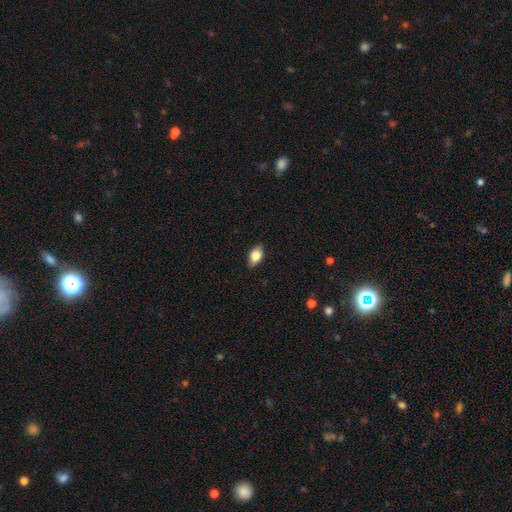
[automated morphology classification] Q: Smooth or featured?
A: smooth (75%); runner-up: featured or disk (18%)
Q: How rounded?
A: in between (86%); runner-up: round (10%)
Q: Merging?
A: none (86%); runner-up: minor disturbance (11%)